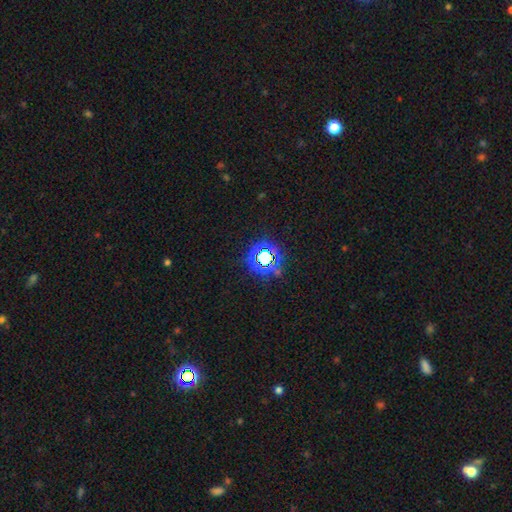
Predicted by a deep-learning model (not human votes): The model was most divided on "smooth or featured": star or artifact: 76%, smooth: 15%, featured or disk: 9%.